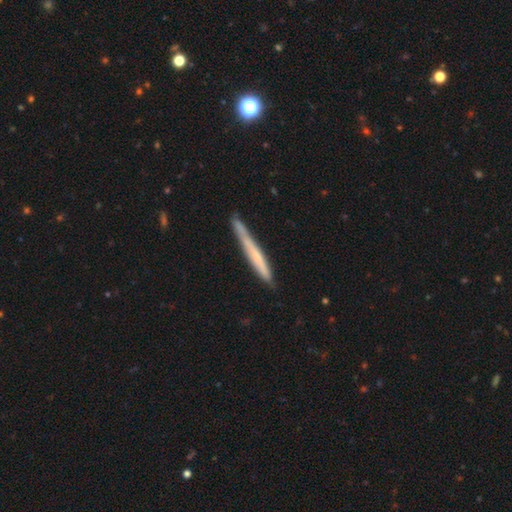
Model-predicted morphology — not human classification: type=smooth (49%); merging=none (74%).